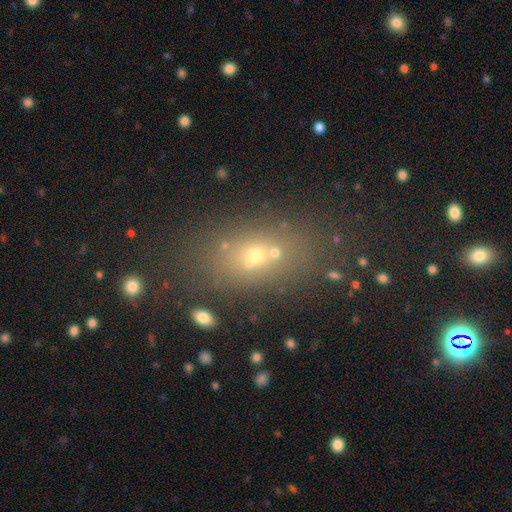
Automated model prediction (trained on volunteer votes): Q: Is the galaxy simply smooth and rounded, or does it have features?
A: smooth — 51%.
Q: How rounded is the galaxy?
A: in between — 66%.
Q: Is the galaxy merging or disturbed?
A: none — 58%.